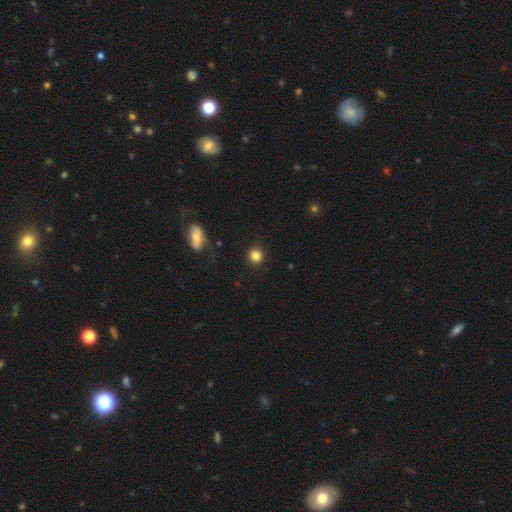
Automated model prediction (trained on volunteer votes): smooth_or_featured: smooth (p=0.84) [alt: star or artifact p=0.11]
how_rounded: round (p=0.92) [alt: in between p=0.07]
merging: none (p=0.90) [alt: minor disturbance p=0.06]